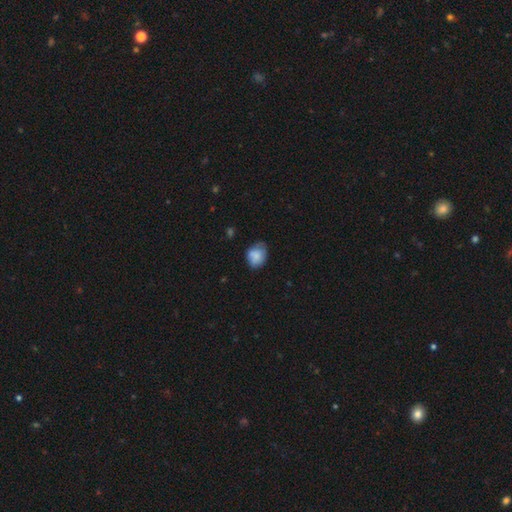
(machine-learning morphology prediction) Q: Smooth or featured?
A: smooth (77%); runner-up: featured or disk (15%)
Q: How rounded?
A: in between (56%); runner-up: round (43%)
Q: Merging?
A: none (53%); runner-up: minor disturbance (36%)